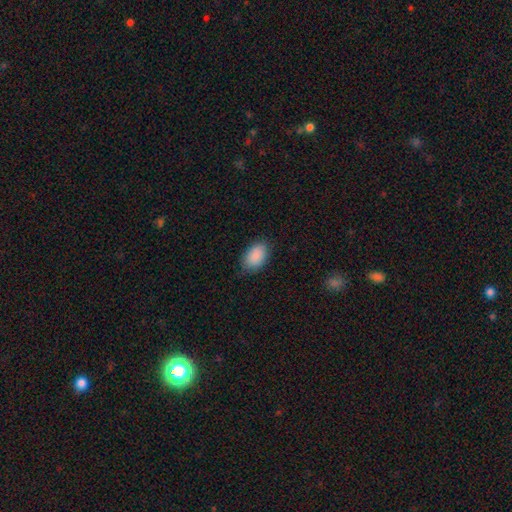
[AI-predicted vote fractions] A smooth galaxy with no disk features (90%) that is in between round and cigar-shaped (91%).

Vote fractions:
- Smooth or featured? smooth: 90% / star or artifact: 7% / featured or disk: 4%
- How rounded? in between: 91% / round: 8% / cigar-shaped: 1%
- Merging? none: 79% / minor disturbance: 17% / major disturbance: 3% / merger: 1%